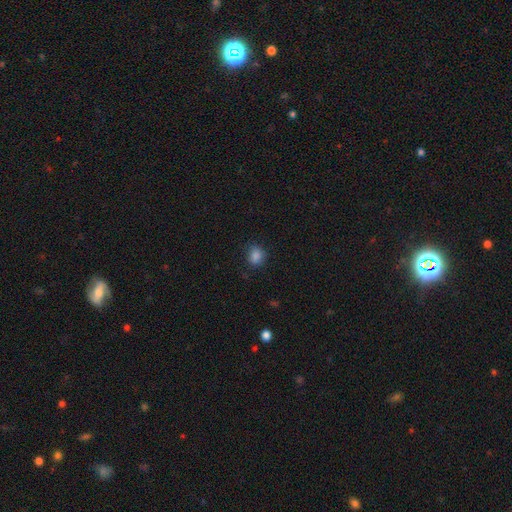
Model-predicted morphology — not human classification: smooth 85%, star or artifact 11%, featured or disk 4%. Down the decision tree: how rounded — round (53%); merging — none (77%).